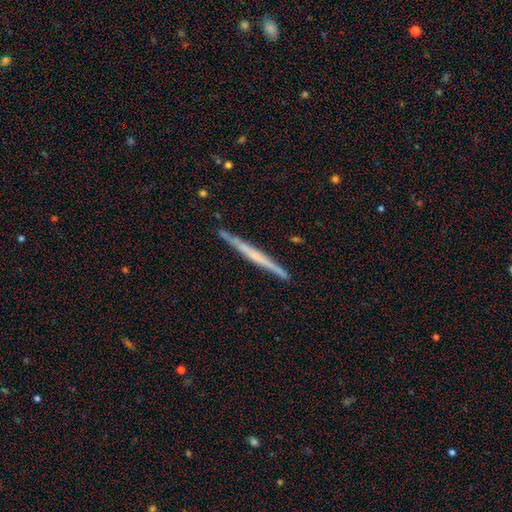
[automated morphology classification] Smooth or featured? featured or disk (59%)
Edge-on disk? yes (98%)
Edge-on bulge? none (77%)
Merging? none (90%)